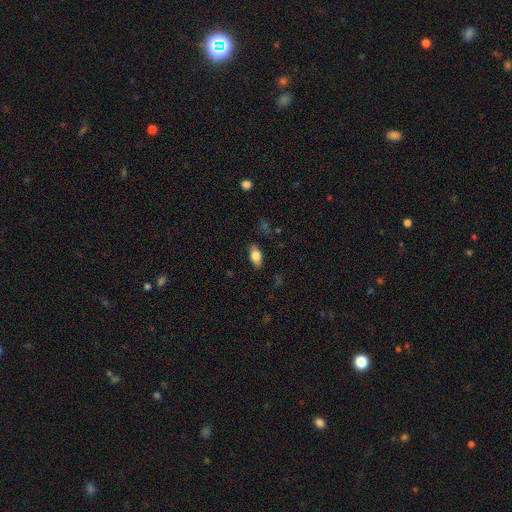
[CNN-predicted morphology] Smooth or featured?
  - smooth: 79% *
  - featured or disk: 14%
  - star or artifact: 7%
How rounded?
  - in between: 90% *
  - cigar-shaped: 6%
  - round: 5%
Merging?
  - none: 84% *
  - minor disturbance: 12%
  - major disturbance: 3%
  - merger: 1%